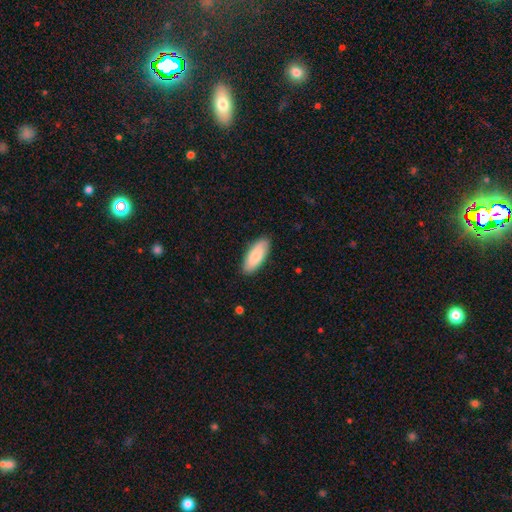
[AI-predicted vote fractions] Q: Smooth or featured?
A: smooth (86%); runner-up: featured or disk (9%)
Q: How rounded?
A: in between (77%); runner-up: cigar-shaped (21%)
Q: Merging?
A: none (89%); runner-up: minor disturbance (9%)